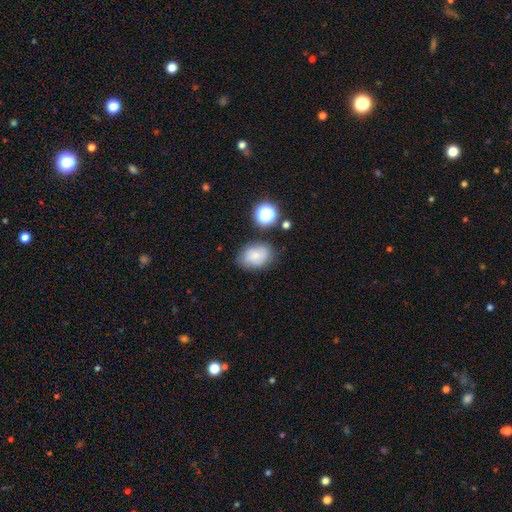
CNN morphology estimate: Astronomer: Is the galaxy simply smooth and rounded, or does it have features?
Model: smooth — 66%.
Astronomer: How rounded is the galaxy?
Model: in between — 70%.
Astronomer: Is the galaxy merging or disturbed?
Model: none — 70%.